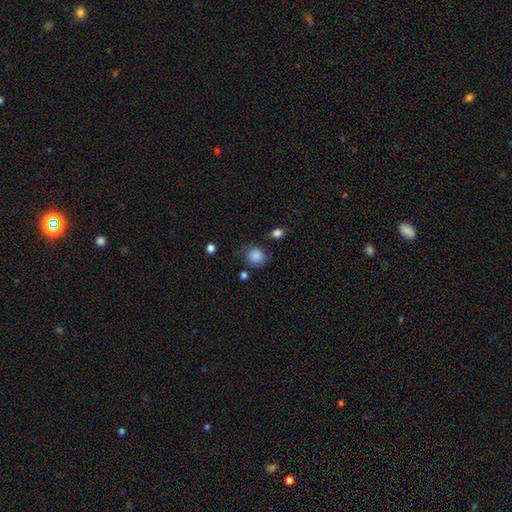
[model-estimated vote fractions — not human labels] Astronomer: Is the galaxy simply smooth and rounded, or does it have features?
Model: smooth — 86%.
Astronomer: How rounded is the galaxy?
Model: round — 82%.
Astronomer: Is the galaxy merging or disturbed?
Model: none — 69%.